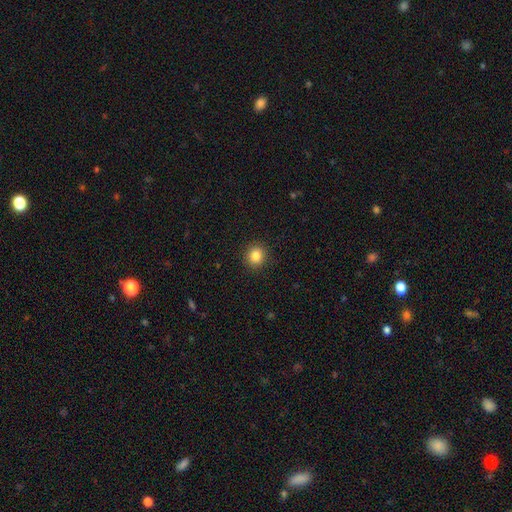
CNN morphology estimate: Q: Smooth or featured?
A: smooth (85%); runner-up: star or artifact (11%)
Q: How rounded?
A: round (86%); runner-up: in between (13%)
Q: Merging?
A: none (91%); runner-up: minor disturbance (6%)